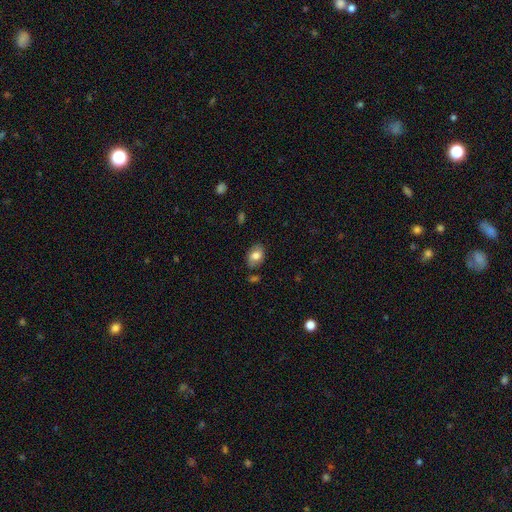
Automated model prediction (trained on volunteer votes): This is likely a smooth galaxy (75%). How rounded: clearly in between (81%). Merging: likely none (78%).